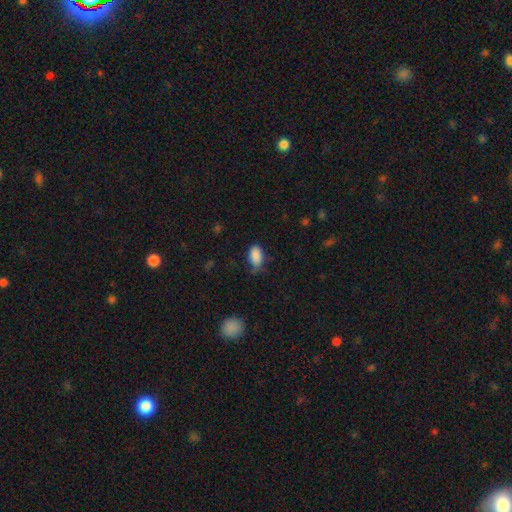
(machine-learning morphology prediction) Smooth or featured? smooth (87%)
How rounded? in between (93%)
Merging? none (55%)